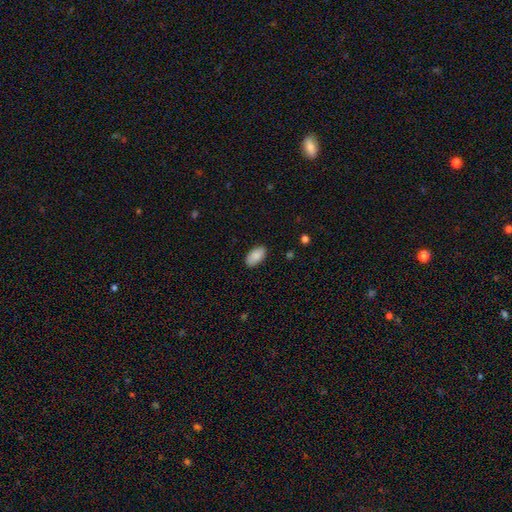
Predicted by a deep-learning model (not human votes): smooth_or_featured: smooth (p=0.87) [alt: star or artifact p=0.07]
how_rounded: in between (p=0.95) [alt: round p=0.03]
merging: none (p=0.87) [alt: minor disturbance p=0.10]